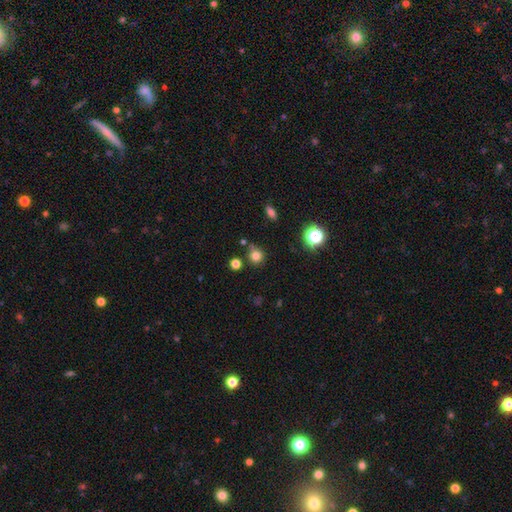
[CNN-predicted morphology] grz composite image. It shows a smooth galaxy with no disk features (78%) that is round (88%). Merging: none (70%).